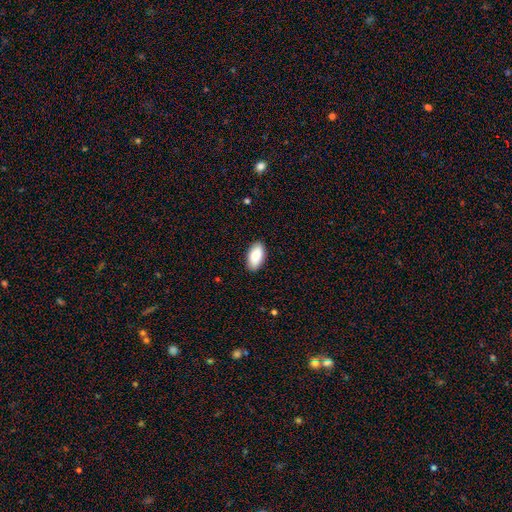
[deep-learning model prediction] Smooth or featured? smooth (89%)
How rounded? in between (94%)
Merging? none (88%)